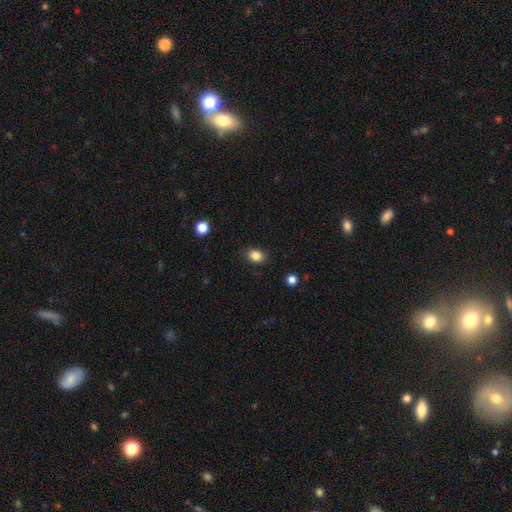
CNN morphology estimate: Q: Smooth or featured?
A: smooth (86%); runner-up: star or artifact (10%)
Q: How rounded?
A: in between (65%); runner-up: round (34%)
Q: Merging?
A: none (85%); runner-up: minor disturbance (11%)